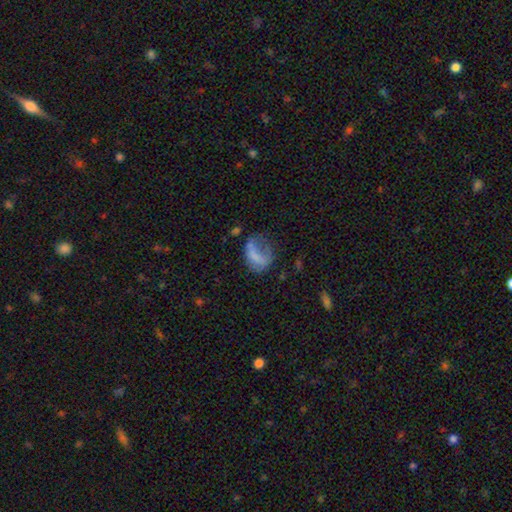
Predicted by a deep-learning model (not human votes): Overall: smooth (57%; featured or disk 31%). How rounded: in between (69%; round 29%). Merging: major disturbance (45%; none 26%).